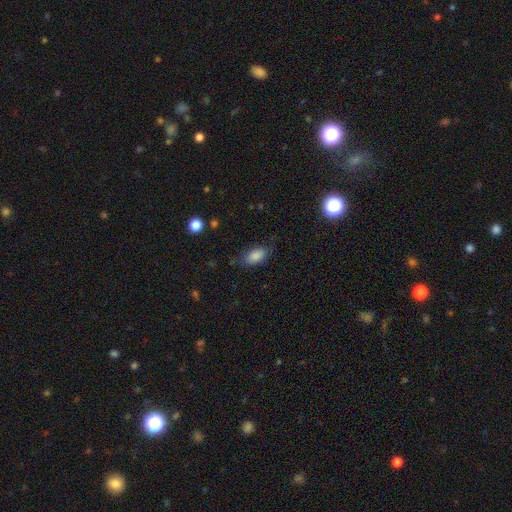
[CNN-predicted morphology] Smooth or featured?
  - smooth: 86% *
  - star or artifact: 8%
  - featured or disk: 7%
How rounded?
  - in between: 89% *
  - cigar-shaped: 7%
  - round: 4%
Merging?
  - none: 73% *
  - minor disturbance: 20%
  - major disturbance: 6%
  - merger: 1%